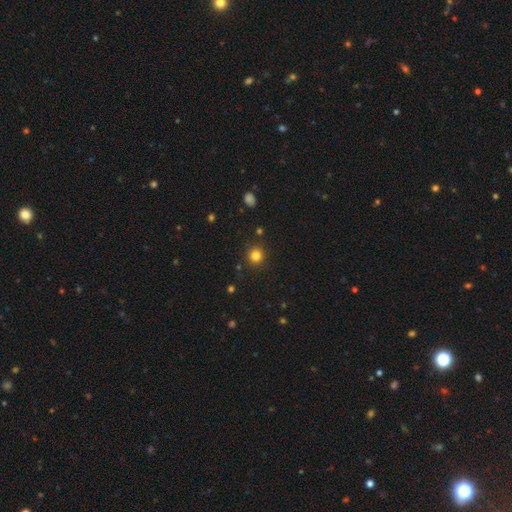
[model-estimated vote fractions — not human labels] This is clearly a smooth galaxy (81%). How rounded: clearly round (91%). Merging: clearly none (89%).